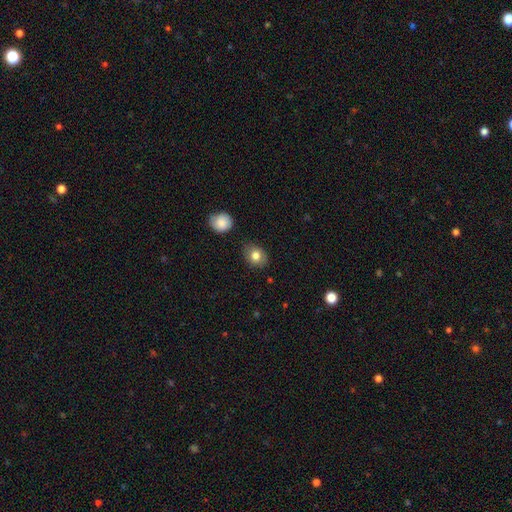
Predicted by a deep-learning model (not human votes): Overall: smooth (81%). How rounded: round (53%; in between 46%). Merging: none (81%).